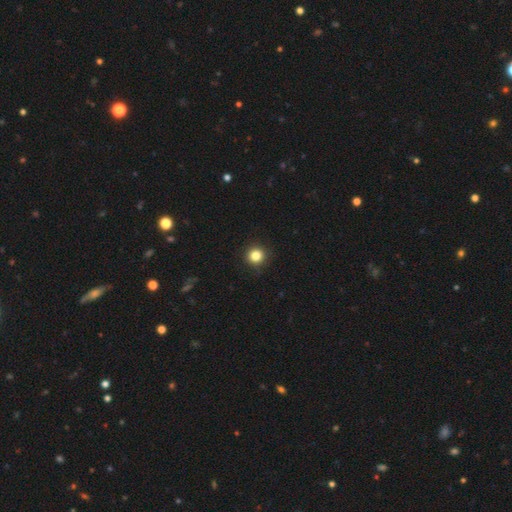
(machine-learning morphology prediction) A smooth galaxy with no disk features (83%) that is round (95%). Merging: none (92%).